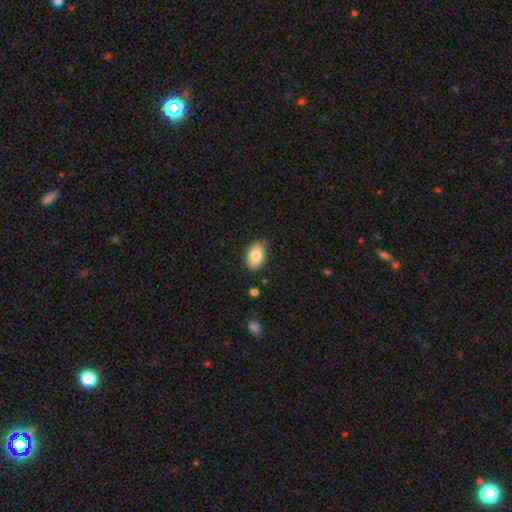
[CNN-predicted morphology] Overall: smooth (82%). How rounded: in between (88%). Merging: none (78%).